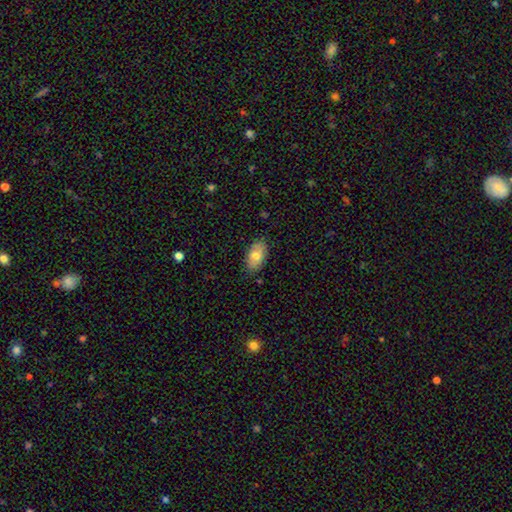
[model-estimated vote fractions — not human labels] This appears to be a smooth galaxy with no disk features (73%) that is in between round and cigar-shaped (93%). Merging: none (82%).